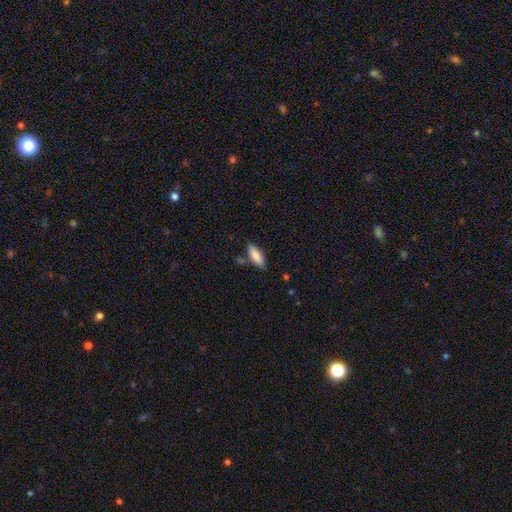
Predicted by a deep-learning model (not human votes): This is clearly a smooth galaxy (85%). How rounded: likely in between (70%). Merging: likely none (77%).